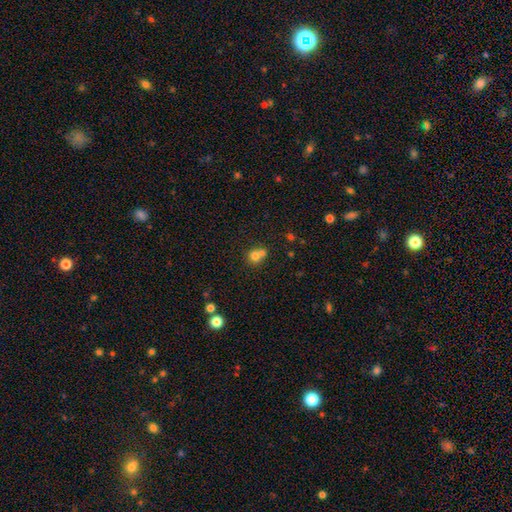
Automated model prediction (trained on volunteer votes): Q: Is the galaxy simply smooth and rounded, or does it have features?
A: smooth — 74%.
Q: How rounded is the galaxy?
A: round — 79%.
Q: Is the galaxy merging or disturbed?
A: merger — 51%.